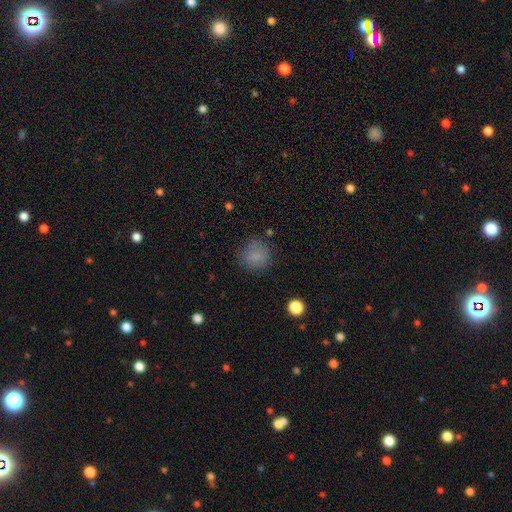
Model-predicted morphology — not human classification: smooth-or-featured: smooth: 81% | star or artifact: 12% | featured or disk: 7%
  how-rounded: round: 84% | in between: 14% | cigar-shaped: 1%
  merging: none: 78% | minor disturbance: 15% | major disturbance: 5% | merger: 2%